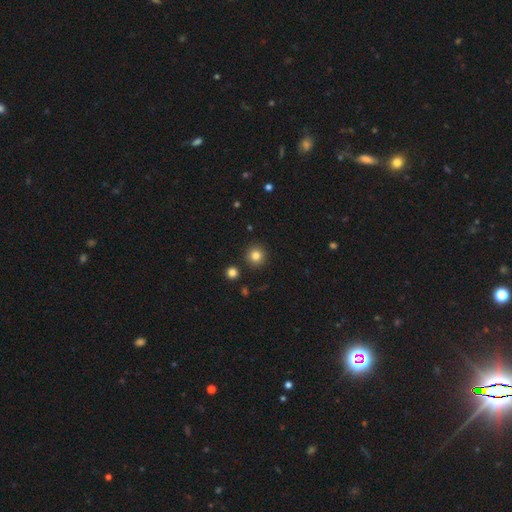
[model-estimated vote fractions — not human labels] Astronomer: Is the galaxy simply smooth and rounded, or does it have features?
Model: smooth — 83%.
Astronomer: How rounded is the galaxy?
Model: round — 94%.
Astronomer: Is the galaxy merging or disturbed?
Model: none — 90%.